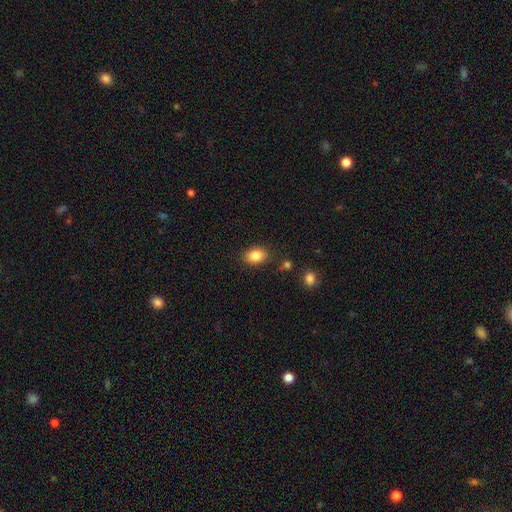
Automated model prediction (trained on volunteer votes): Smooth or featured? Predicted: smooth (p=0.85). How rounded? Predicted: in between (p=0.76). Merging? Predicted: none (p=0.83).